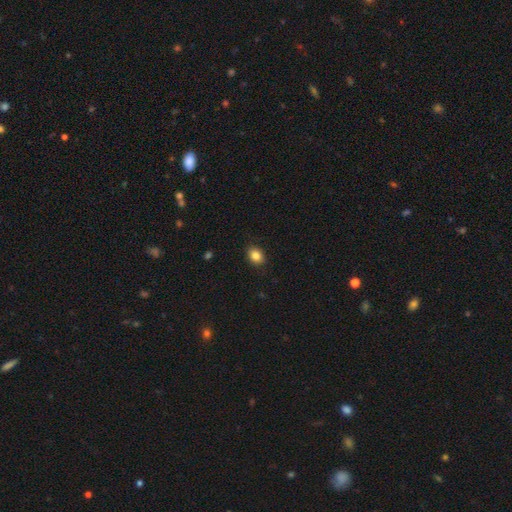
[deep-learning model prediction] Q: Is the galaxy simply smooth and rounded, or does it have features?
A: smooth — 84%.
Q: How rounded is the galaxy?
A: in between — 51%.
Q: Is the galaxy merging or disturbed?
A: none — 88%.